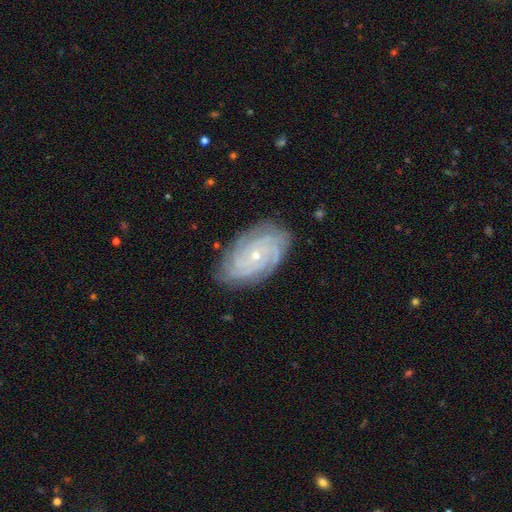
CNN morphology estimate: featured or disk 88%, smooth 6%, star or artifact 6%. Down the decision tree: edge-on disk — no (97%); bar — no (78%); spiral arms — yes (98%); spiral arm count — 4 (32%); spiral winding — tight (79%); bulge size — small (76%); merging — none (83%).